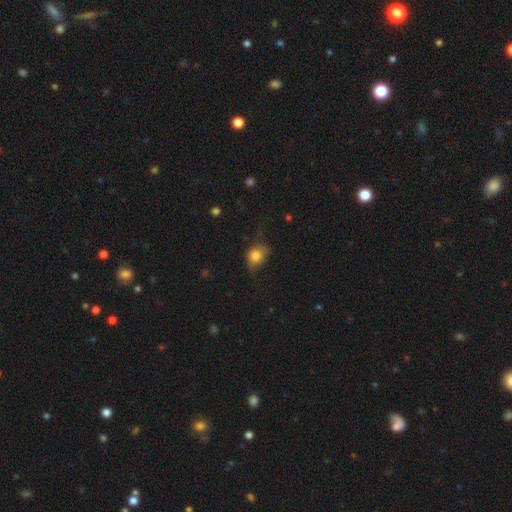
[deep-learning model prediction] The model was most divided on "merging": none: 47%, minor disturbance: 32%, major disturbance: 19%, merger: 2%. More confident: smooth or featured — smooth (76%); how rounded — round (57%).